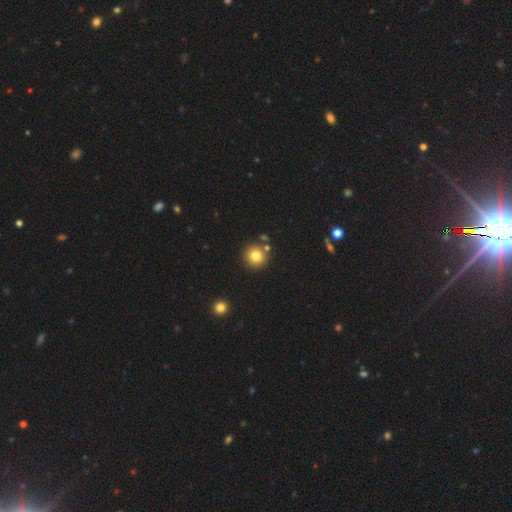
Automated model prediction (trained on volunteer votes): smooth-or-featured: smooth: 80% | star or artifact: 12% | featured or disk: 7%
  how-rounded: round: 93% | in between: 6% | cigar-shaped: 1%
  merging: none: 82% | merger: 9% | minor disturbance: 7% | major disturbance: 2%